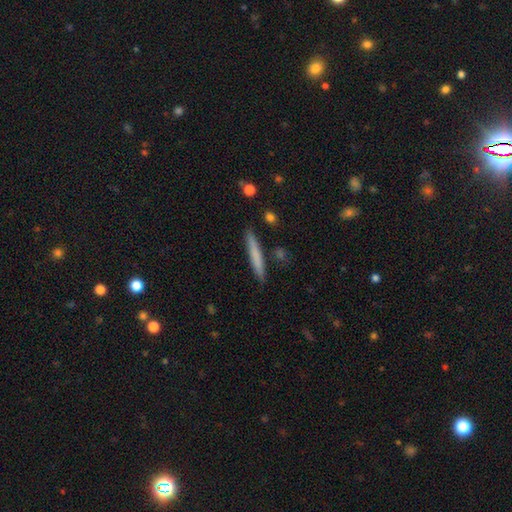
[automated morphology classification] smooth_or_featured: smooth (p=0.70) [alt: featured or disk p=0.24]
how_rounded: cigar-shaped (p=0.96) [alt: in between p=0.03]
merging: none (p=0.88) [alt: minor disturbance p=0.08]